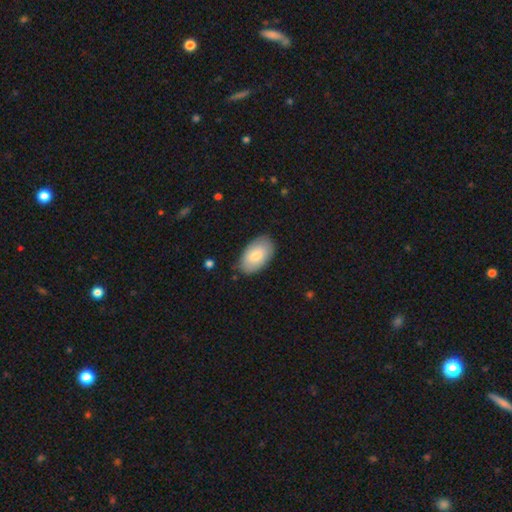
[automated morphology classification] A smooth galaxy with no disk features (80%) that is in between round and cigar-shaped (95%). Merging: none (81%).